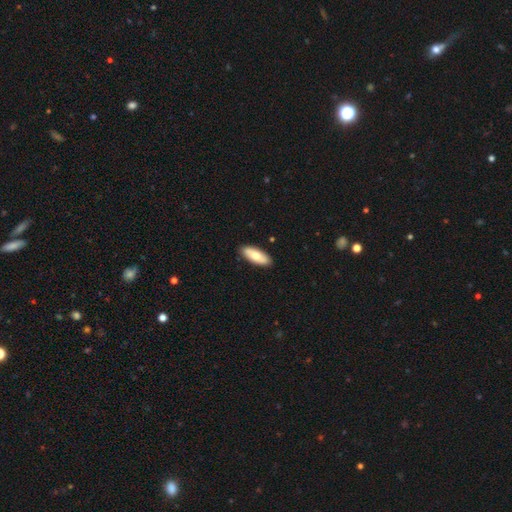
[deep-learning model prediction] smooth-or-featured: smooth: 73% | featured or disk: 22% | star or artifact: 5%
  how-rounded: in between: 77% | cigar-shaped: 21% | round: 2%
  merging: none: 90% | minor disturbance: 8% | major disturbance: 1% | merger: 1%